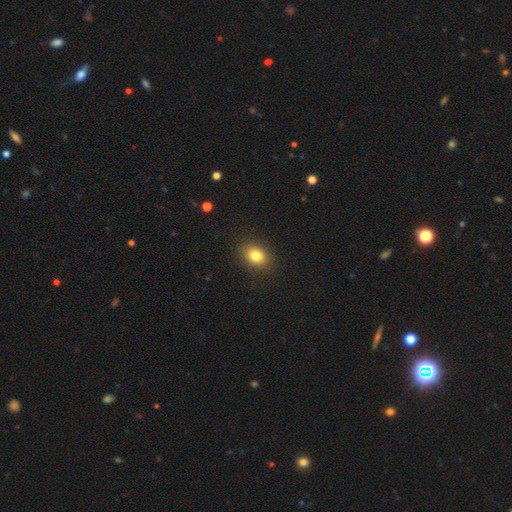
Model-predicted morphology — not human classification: Q: Smooth or featured?
A: smooth (83%); runner-up: star or artifact (10%)
Q: How rounded?
A: in between (58%); runner-up: round (41%)
Q: Merging?
A: none (89%); runner-up: minor disturbance (8%)